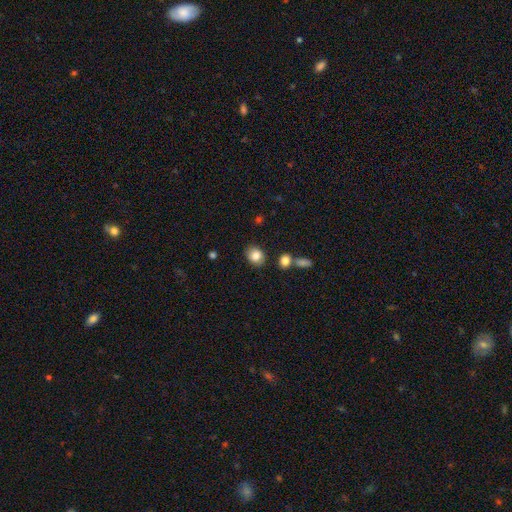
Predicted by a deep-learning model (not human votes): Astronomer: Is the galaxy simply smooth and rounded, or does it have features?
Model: smooth — 84%.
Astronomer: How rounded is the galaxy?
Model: round — 55% (runner-up: in between, 44%).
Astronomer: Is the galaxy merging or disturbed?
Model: none — 83%.